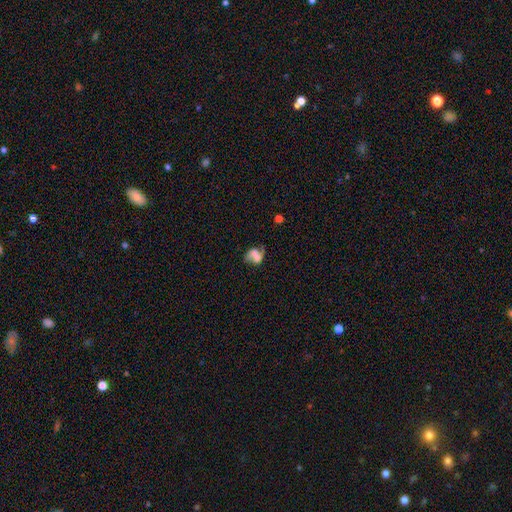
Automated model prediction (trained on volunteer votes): This appears to be a featured or disk galaxy (48%). Merging: merger (33%).